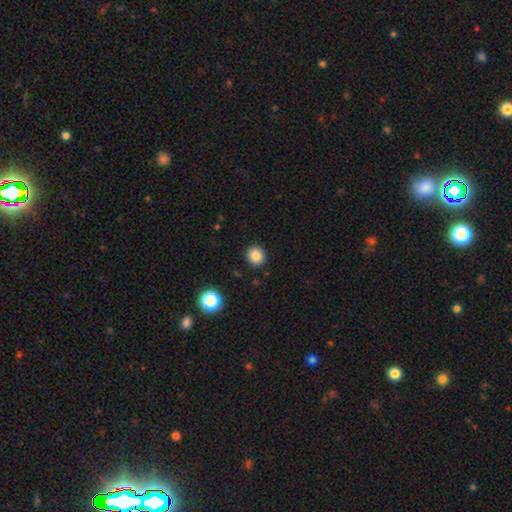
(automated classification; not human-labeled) Smooth or featured? Predicted: smooth (p=0.86). How rounded? Predicted: round (p=0.83). Merging? Predicted: none (p=0.90).